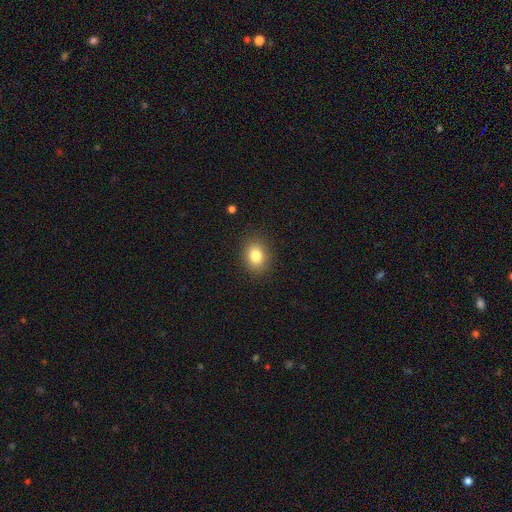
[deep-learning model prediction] Smooth or featured? smooth (82%)
How rounded? in between (50%)
Merging? none (88%)